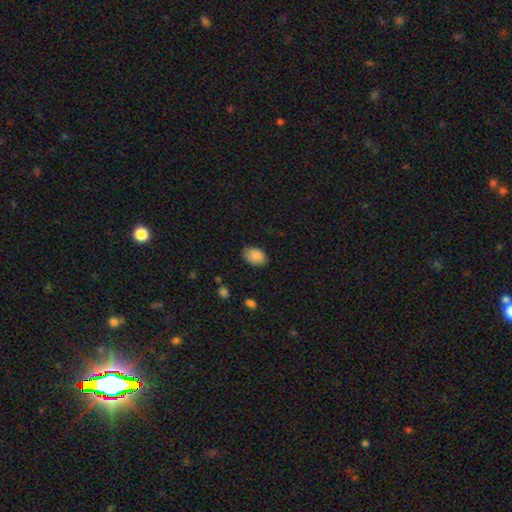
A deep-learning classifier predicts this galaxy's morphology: A smooth galaxy with no disk features (87%) that is in between round and cigar-shaped (85%).

Vote fractions:
- Smooth or featured? smooth: 87% / star or artifact: 7% / featured or disk: 5%
- How rounded? in between: 85% / round: 14% / cigar-shaped: 1%
- Merging? none: 78% / minor disturbance: 17% / major disturbance: 3% / merger: 1%